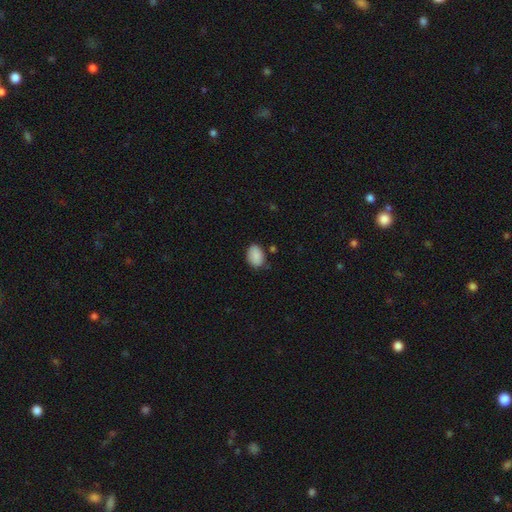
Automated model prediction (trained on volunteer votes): This is clearly a smooth galaxy (88%). How rounded: likely in between (79%). Merging: likely none (75%).